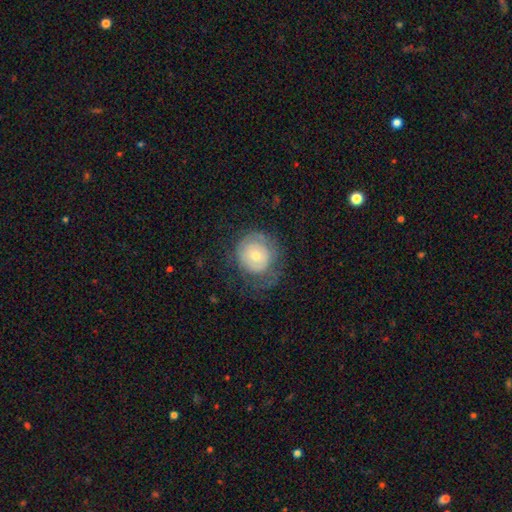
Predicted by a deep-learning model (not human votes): smooth-or-featured: smooth: 49% | featured or disk: 44% | star or artifact: 8%
  merging: none: 58% | minor disturbance: 23% | major disturbance: 19% | merger: 1%